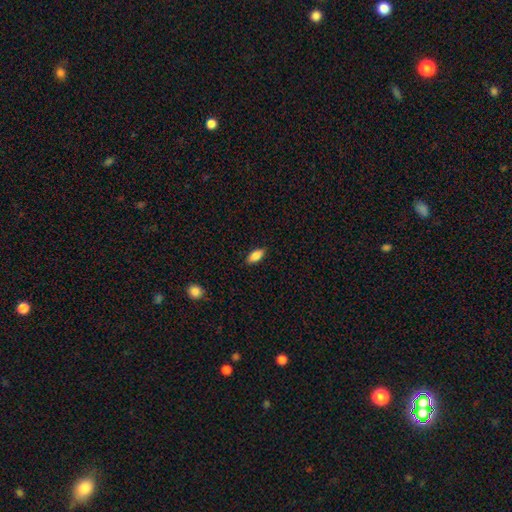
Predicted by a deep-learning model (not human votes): smooth_or_featured: smooth (p=0.82) [alt: featured or disk p=0.11]
how_rounded: in between (p=0.83) [alt: cigar-shaped p=0.14]
merging: none (p=0.87) [alt: minor disturbance p=0.10]